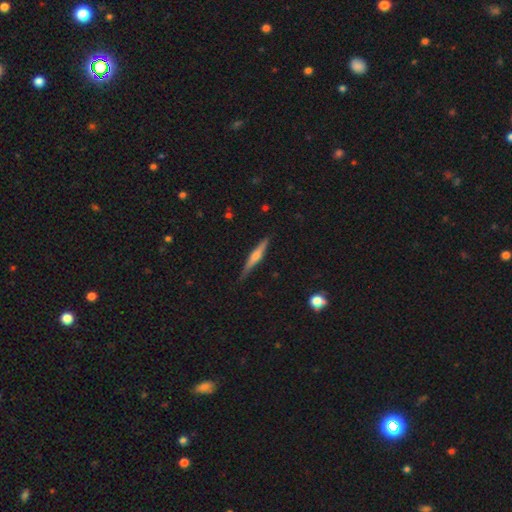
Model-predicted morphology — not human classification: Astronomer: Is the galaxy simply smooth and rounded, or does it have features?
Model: featured or disk — 64%.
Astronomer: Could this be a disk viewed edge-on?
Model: yes — 97%.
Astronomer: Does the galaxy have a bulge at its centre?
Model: rounded — 84%.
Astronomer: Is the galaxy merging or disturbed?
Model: none — 86%.